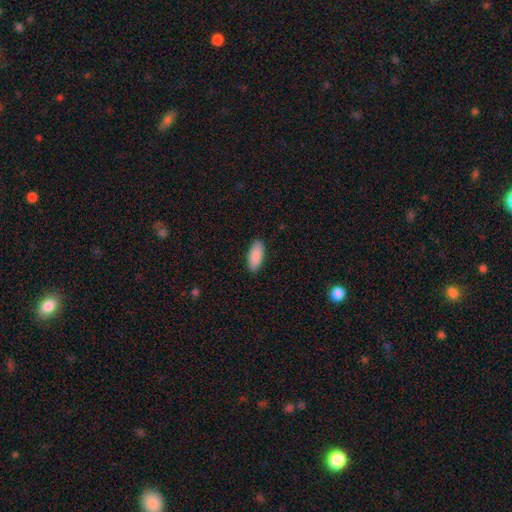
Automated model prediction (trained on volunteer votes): The model was most divided on "how rounded": in between: 88%, cigar-shaped: 10%, round: 2%. More confident: smooth or featured — smooth (89%); merging — none (89%).